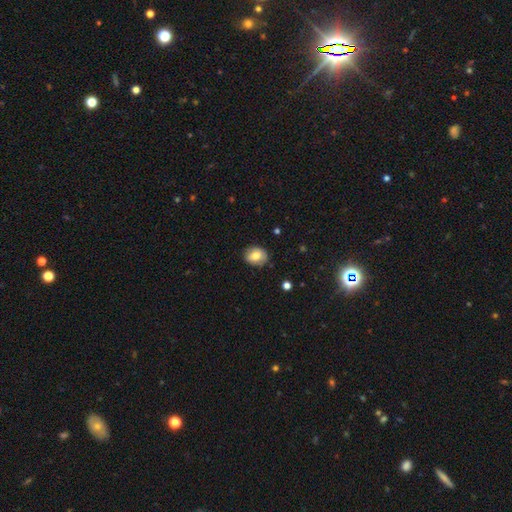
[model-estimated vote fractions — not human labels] This appears to be a smooth galaxy with no disk features (75%) that is round (50%, tied with in between). Merging: none (80%).